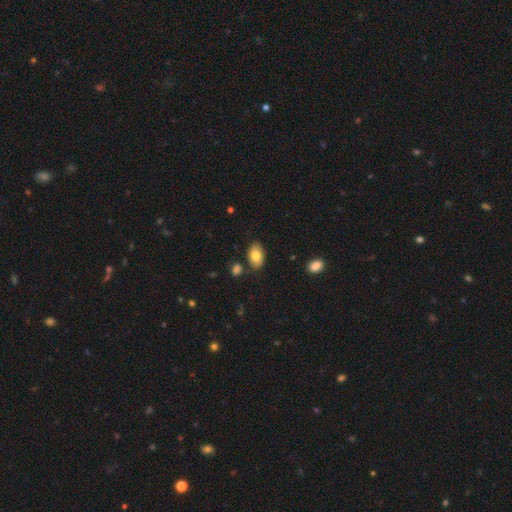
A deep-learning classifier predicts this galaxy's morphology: Smooth or featured? smooth (79%)
How rounded? in between (91%)
Merging? none (81%)